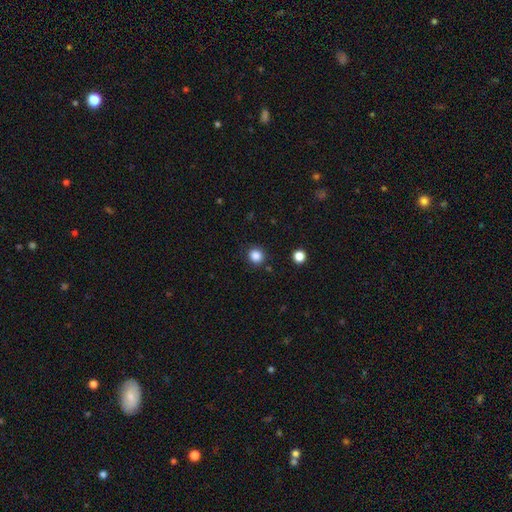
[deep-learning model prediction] smooth-or-featured: smooth: 85% | star or artifact: 11% | featured or disk: 3%
  how-rounded: round: 88% | in between: 11% | cigar-shaped: 1%
  merging: none: 87% | minor disturbance: 8% | major disturbance: 3% | merger: 2%